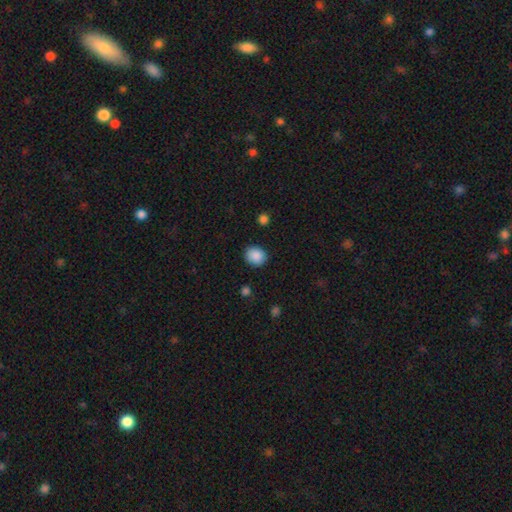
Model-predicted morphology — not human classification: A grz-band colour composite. It shows a smooth galaxy with no disk features (88%) that is round (71%). Merging: none (88%).